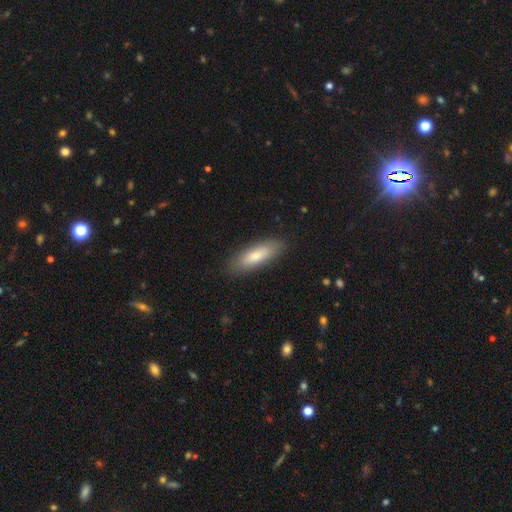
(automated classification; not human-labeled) Overall: smooth (72%). How rounded: in between (56%; cigar-shaped 41%). Merging: none (87%).